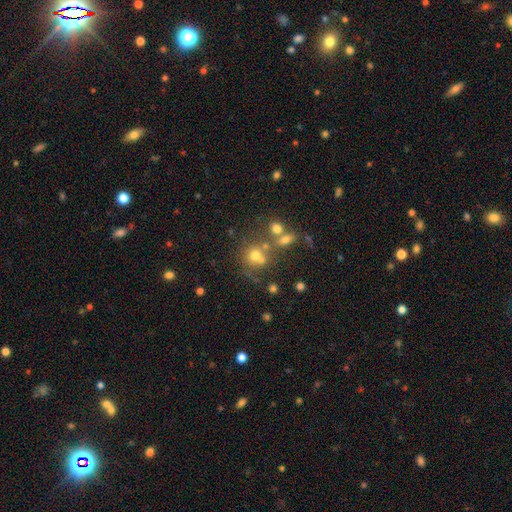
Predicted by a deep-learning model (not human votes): Overall: smooth (64%). How rounded: round (84%). Merging: none (52%; merger 29%).